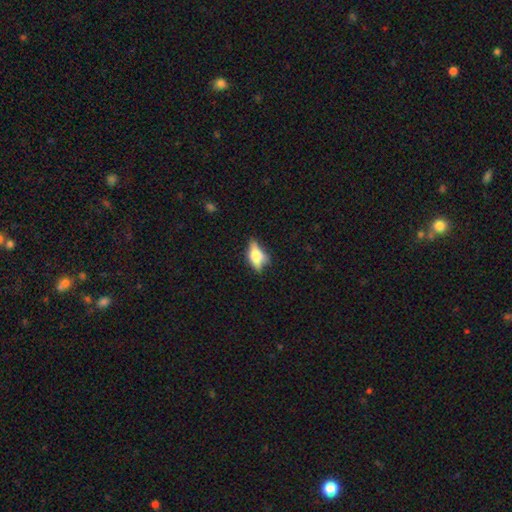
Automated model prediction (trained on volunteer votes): Smooth or featured? Predicted: smooth (p=0.50). How rounded? Predicted: in between (p=0.78). Merging? Predicted: none (p=0.54).